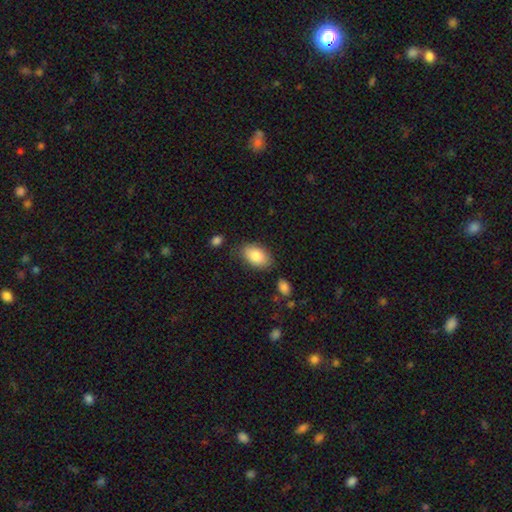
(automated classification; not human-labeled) Smooth or featured: smooth — 85% (featured or disk — 9%)
How rounded: in between — 92% (round — 6%)
Merging: none — 79% (minor disturbance — 14%)